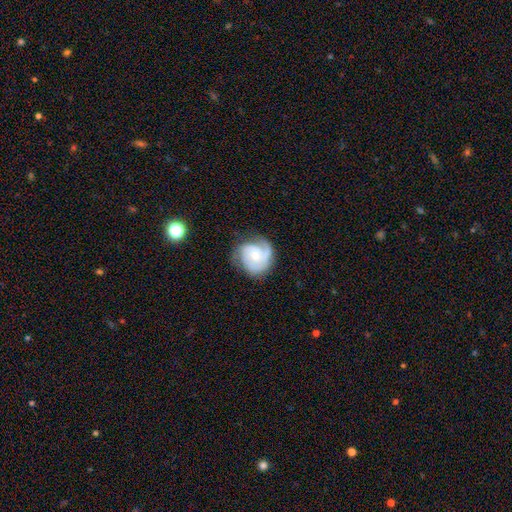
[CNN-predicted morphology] A featured or disk galaxy (79%) with no bar (70%), 2 (34%) tight (53%) spiral arms (95%) and a small central bulge (53%). Merging: none (64%).